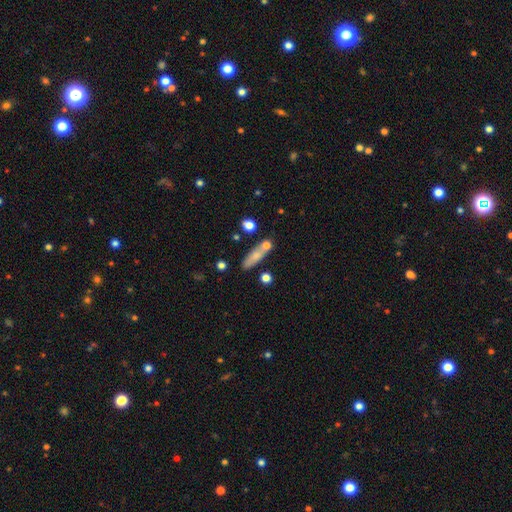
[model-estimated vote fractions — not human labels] A smooth galaxy with no disk features (71%) that is cigar-shaped (62%).

Vote fractions:
- Smooth or featured? smooth: 71% / featured or disk: 20% / star or artifact: 9%
- How rounded? cigar-shaped: 62% / in between: 34% / round: 5%
- Merging? none: 65% / minor disturbance: 16% / merger: 15% / major disturbance: 5%